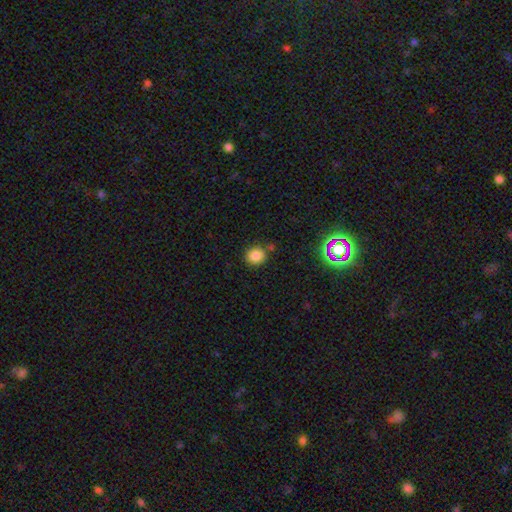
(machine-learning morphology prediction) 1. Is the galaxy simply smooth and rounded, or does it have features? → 83% smooth, 13% star or artifact, 5% featured or disk.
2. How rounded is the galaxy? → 79% round, 20% in between, 1% cigar-shaped.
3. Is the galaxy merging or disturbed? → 80% none, 12% minor disturbance, 5% merger, 3% major disturbance.